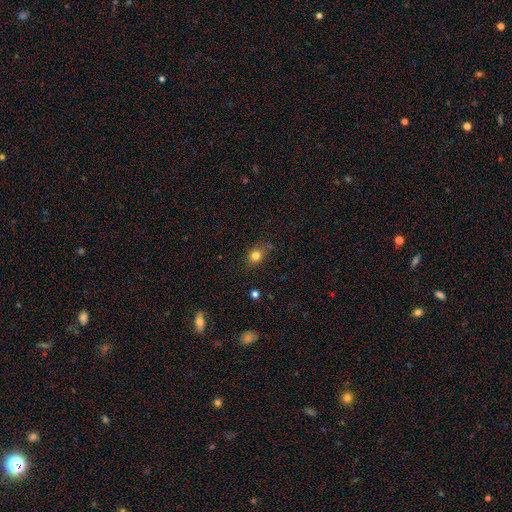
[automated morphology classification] A smooth galaxy with no disk features (80%) that is round (51%).

Vote fractions:
- Smooth or featured? smooth: 80% / star or artifact: 12% / featured or disk: 8%
- How rounded? round: 51% / in between: 48% / cigar-shaped: 1%
- Merging? none: 76% / minor disturbance: 17% / major disturbance: 4% / merger: 3%